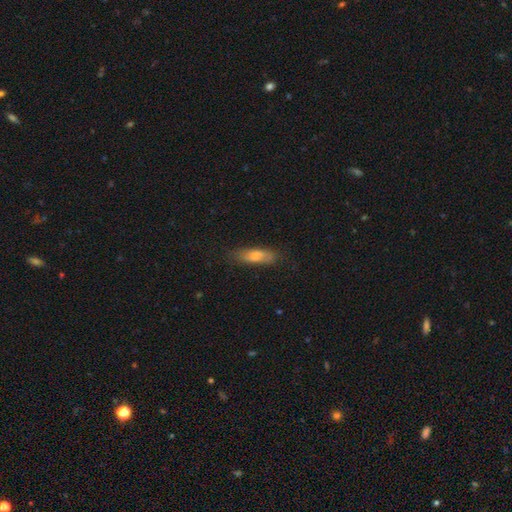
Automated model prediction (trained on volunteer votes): Smooth or featured? Predicted: smooth (p=0.74). How rounded? Predicted: cigar-shaped (p=0.54). Merging? Predicted: none (p=0.74).